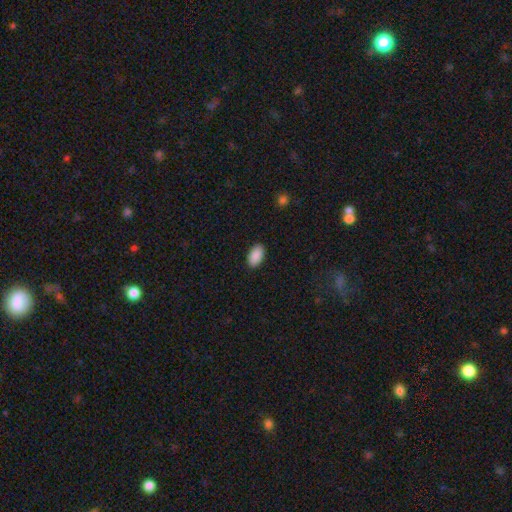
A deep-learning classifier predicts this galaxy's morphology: A smooth galaxy with no disk features (91%) that is in between round and cigar-shaped (95%).

Vote fractions:
- Smooth or featured? smooth: 91% / star or artifact: 7% / featured or disk: 2%
- How rounded? in between: 95% / round: 3% / cigar-shaped: 2%
- Merging? none: 90% / minor disturbance: 7% / major disturbance: 2% / merger: 1%